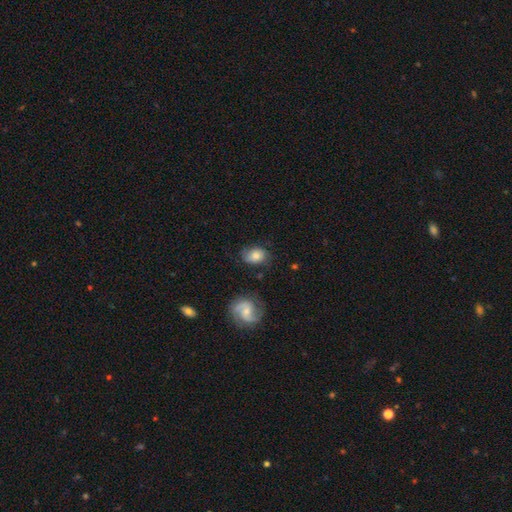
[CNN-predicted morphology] The model was most divided on "how rounded": in between: 69%, round: 29%, cigar-shaped: 1%. More confident: smooth or featured — smooth (66%); merging — none (65%).